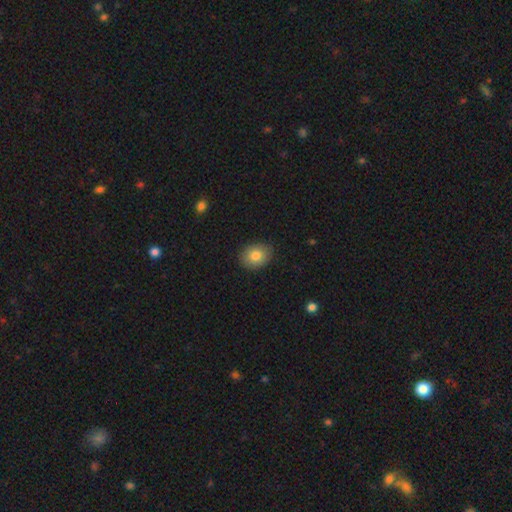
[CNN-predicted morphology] smooth 81%, featured or disk 10%, star or artifact 8%. Down the decision tree: how rounded — in between (59%); merging — none (86%).